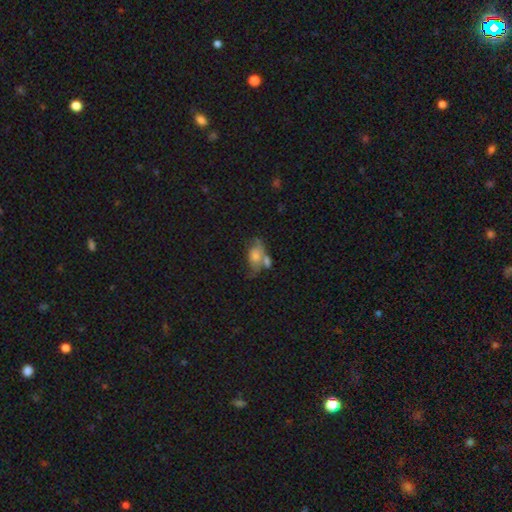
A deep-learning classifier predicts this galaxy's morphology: type=smooth (57%); roundness=in between (84%); merging=merger (33%).